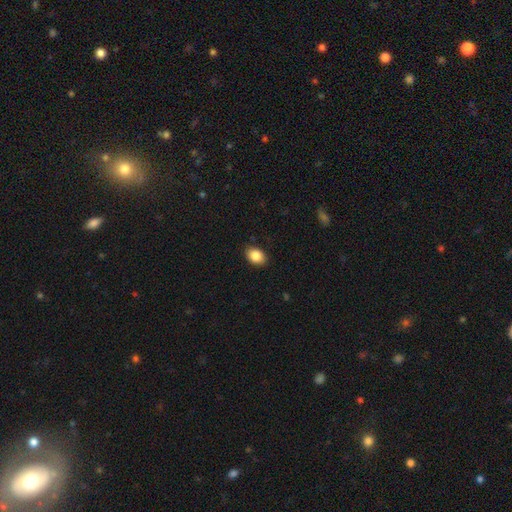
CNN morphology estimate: smooth 87%, star or artifact 8%, featured or disk 5%. Down the decision tree: how rounded — in between (77%); merging — none (87%).